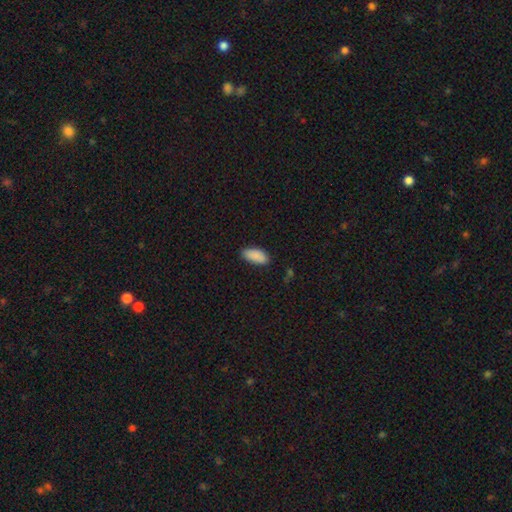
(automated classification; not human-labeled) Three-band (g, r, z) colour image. It shows a smooth galaxy with no disk features (90%) that is in between round and cigar-shaped (90%). Merging: none (82%).